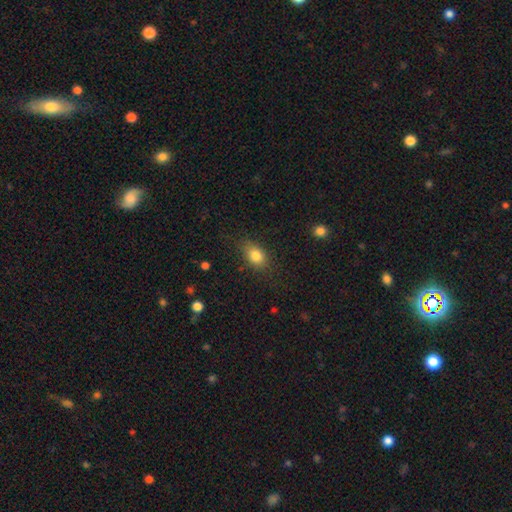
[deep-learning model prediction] smooth-or-featured: smooth: 82% | star or artifact: 9% | featured or disk: 8%
  how-rounded: in between: 77% | round: 21% | cigar-shaped: 3%
  merging: none: 78% | minor disturbance: 16% | major disturbance: 5% | merger: 1%